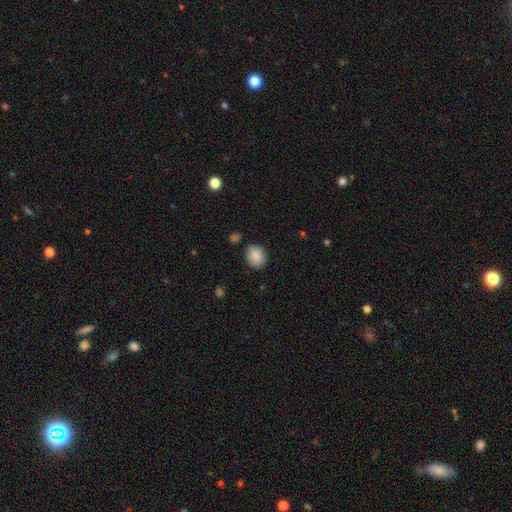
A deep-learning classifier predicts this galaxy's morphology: smooth_or_featured: smooth (p=0.89) [alt: star or artifact p=0.08]
how_rounded: round (p=0.62) [alt: in between p=0.37]
merging: none (p=0.85) [alt: minor disturbance p=0.10]